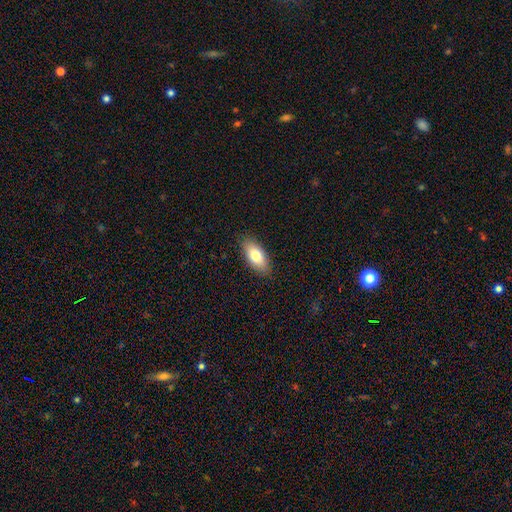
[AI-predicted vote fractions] Overall: smooth (79%). How rounded: in between (88%). Merging: none (88%).